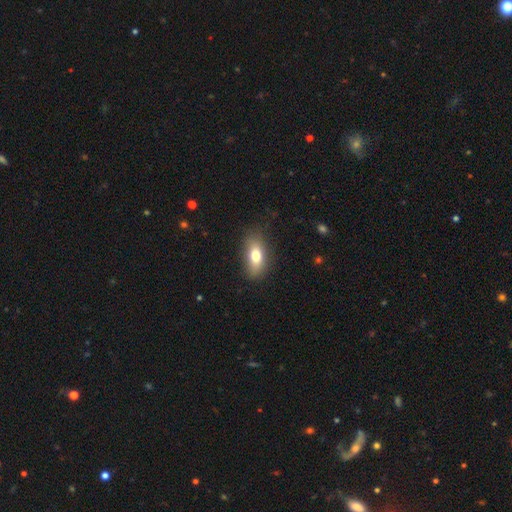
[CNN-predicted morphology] Smooth or featured? Predicted: smooth (p=0.74). How rounded? Predicted: in between (p=0.83). Merging? Predicted: none (p=0.82).